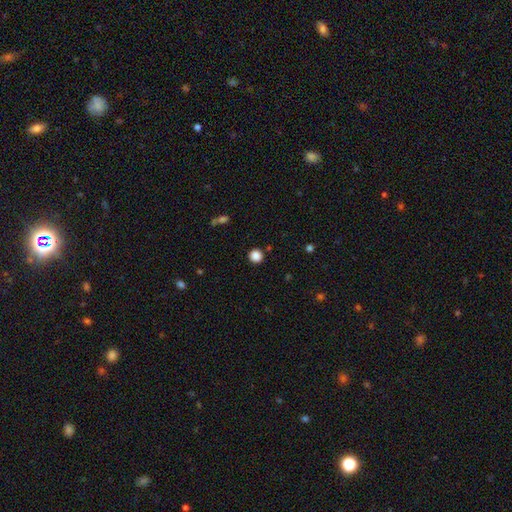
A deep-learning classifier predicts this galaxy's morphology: Overall: smooth (86%). How rounded: round (92%). Merging: none (90%).